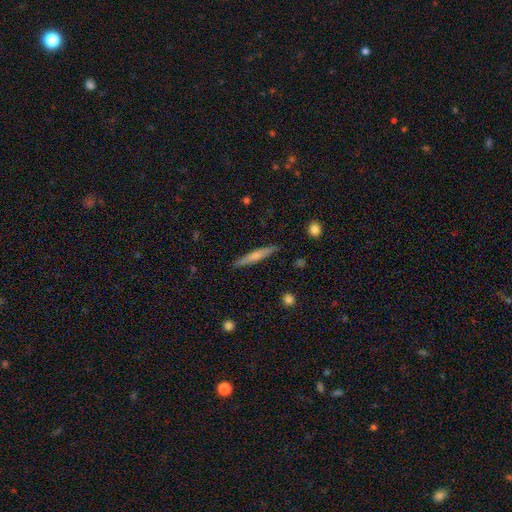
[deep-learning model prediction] Morphology: type=smooth (57%); roundness=cigar-shaped (94%); merging=none (89%).